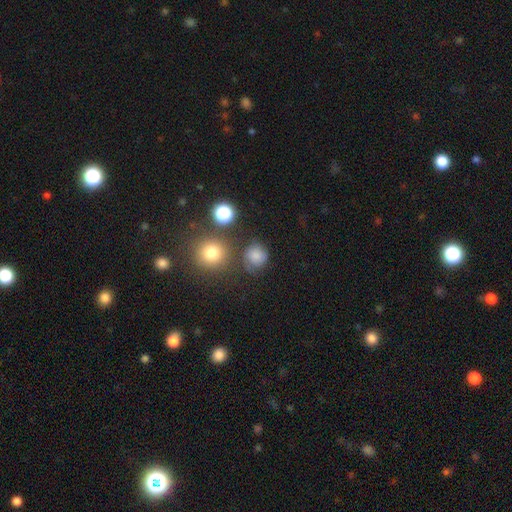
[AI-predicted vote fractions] smooth 71%, star or artifact 15%, featured or disk 14%. Down the decision tree: how rounded — round (86%); merging — none (68%).